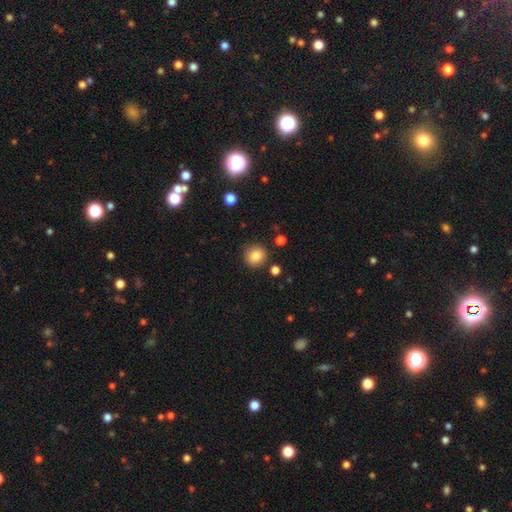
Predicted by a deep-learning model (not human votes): Smooth or featured: smooth — 83% (star or artifact — 10%)
How rounded: round — 89% (in between — 10%)
Merging: none — 88% (minor disturbance — 7%)